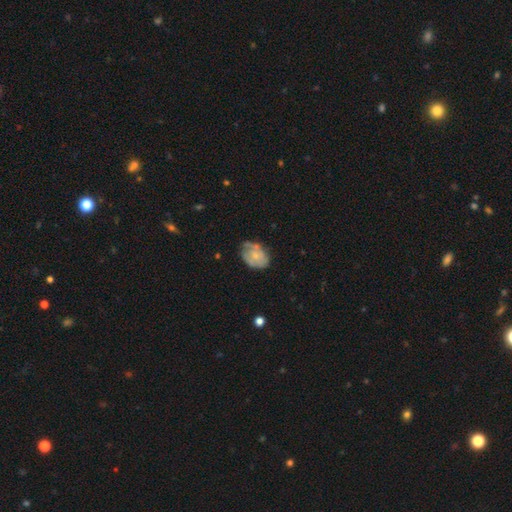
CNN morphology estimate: This appears to be a smooth galaxy with no disk features (49%). Merging: none (52%).